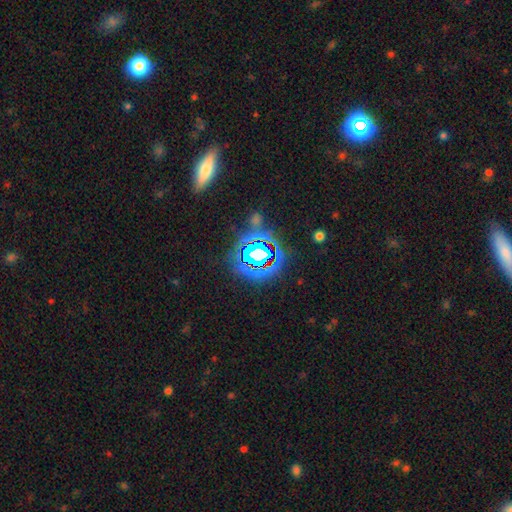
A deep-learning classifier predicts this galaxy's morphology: smooth-or-featured: star or artifact: 73% | smooth: 16% | featured or disk: 11%